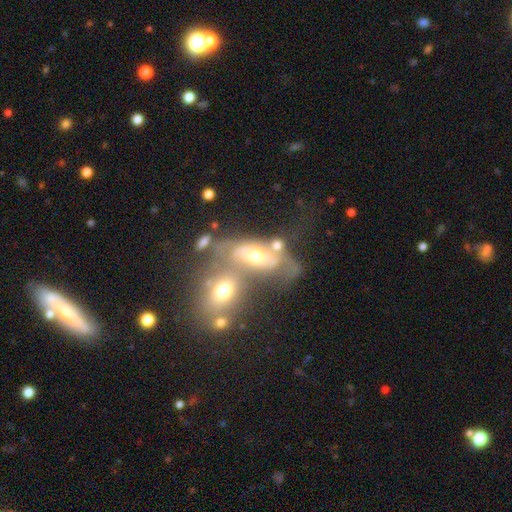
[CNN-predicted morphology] A featured or disk galaxy (56%). Merging: merger (55%).